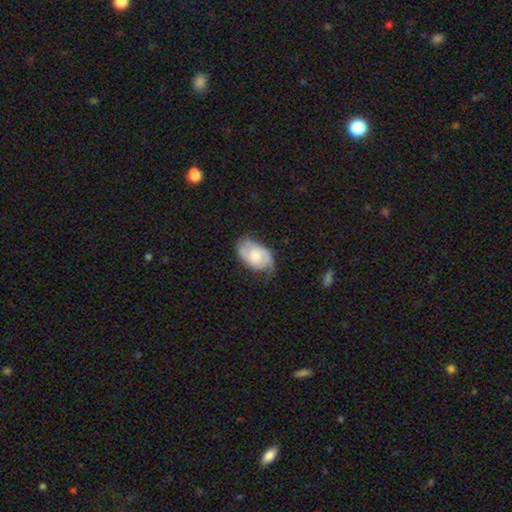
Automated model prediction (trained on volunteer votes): smooth_or_featured: featured or disk (p=0.64) [alt: smooth p=0.30]
disk_edge_on: no (p=0.97) [alt: yes p=0.03]
bar: no (p=0.65) [alt: weak p=0.30]
has_spiral_arms: yes (p=0.91) [alt: no p=0.09]
spiral_winding: medium (p=0.44) [alt: tight p=0.36]
spiral_arm_count: 2 (p=0.81) [alt: can't tell p=0.11]
bulge_size: moderate (p=0.44) [alt: small p=0.38]
merging: none (p=0.61) [alt: minor disturbance p=0.27]